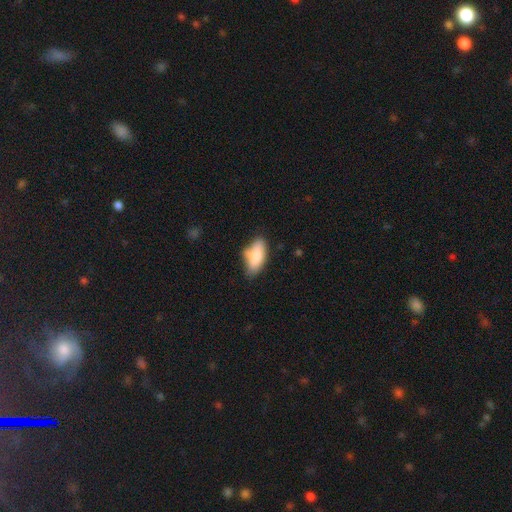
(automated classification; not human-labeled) smooth-or-featured: smooth: 81% | featured or disk: 13% | star or artifact: 7%
  how-rounded: in between: 88% | cigar-shaped: 9% | round: 3%
  merging: none: 61% | minor disturbance: 28% | major disturbance: 6% | merger: 5%